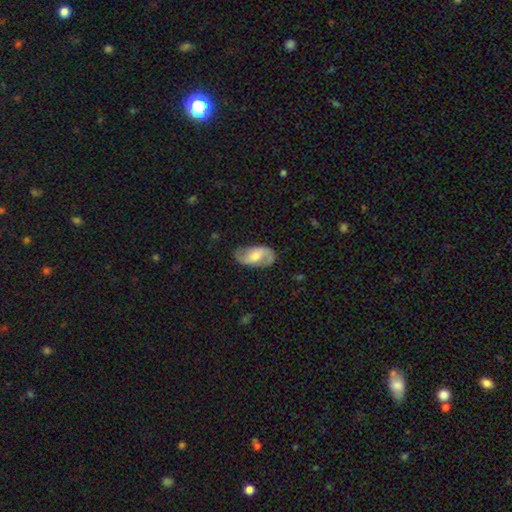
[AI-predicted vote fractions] Overall: featured or disk (73%). Edge-on disk: no (96%). Bar: weak (46%; no 36%). Spiral arms: yes (90%). Spiral arm count: 2 (89%). Spiral winding: medium (44%; loose 39%). Bulge size: moderate (55%; small 31%). Merging: none (77%).